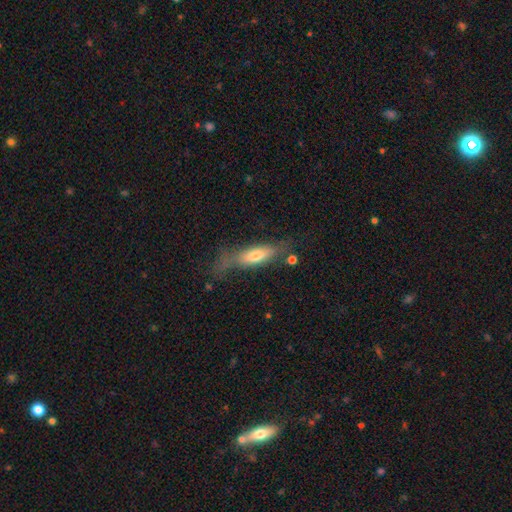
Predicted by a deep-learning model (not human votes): Morphology: type=smooth (56%); roundness=cigar-shaped (59%); merging=none (50%).